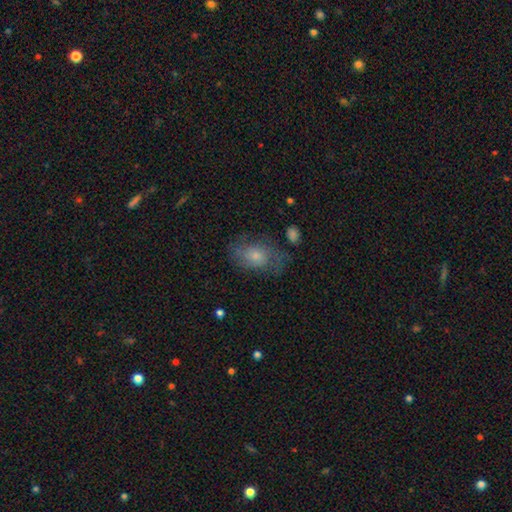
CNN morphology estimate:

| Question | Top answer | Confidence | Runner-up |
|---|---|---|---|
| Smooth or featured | smooth | 49% | featured or disk (41%) |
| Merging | none | 57% | minor disturbance (23%) |